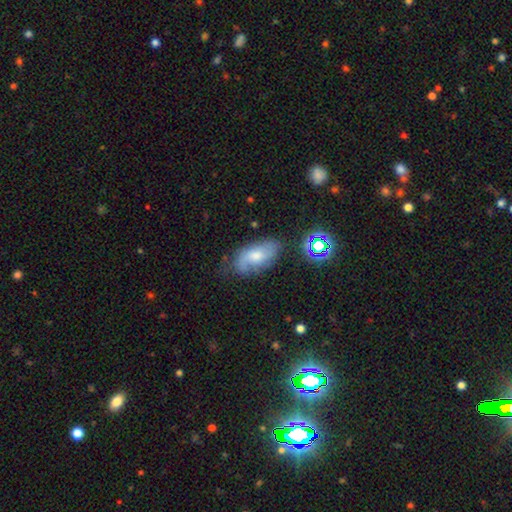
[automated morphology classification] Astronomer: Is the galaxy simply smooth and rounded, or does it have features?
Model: featured or disk — 45% (runner-up: smooth, 44%).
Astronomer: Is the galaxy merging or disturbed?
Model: none — 61%.